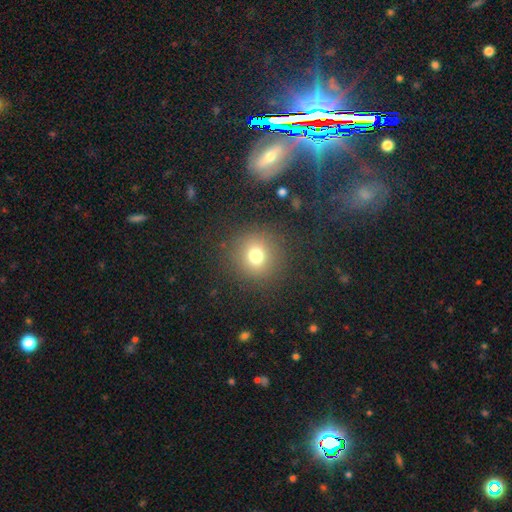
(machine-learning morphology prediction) Overall: smooth (74%). How rounded: round (92%). Merging: none (87%).